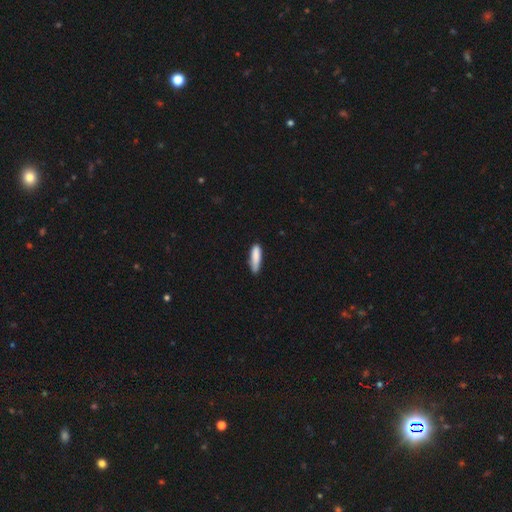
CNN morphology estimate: This appears to be a smooth galaxy with no disk features (85%) that is cigar-shaped (69%). Merging: none (68%).